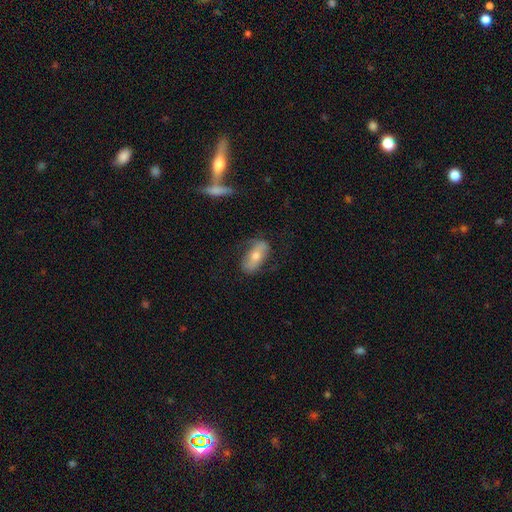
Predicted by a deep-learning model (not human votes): Smooth or featured: smooth — 48% (featured or disk — 44%)
Merging: none — 71% (minor disturbance — 18%)